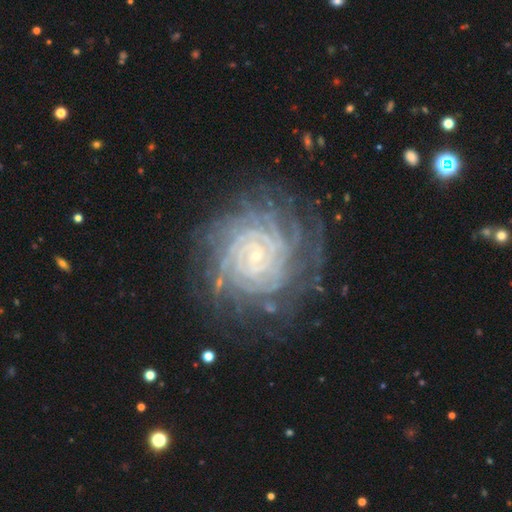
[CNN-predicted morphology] This is clearly a featured or disk galaxy (89%). It is clearly not viewed edge-on (98%). Bar: likely no (67%). Spiral arm pattern: clearly yes (98%). Spiral arm count: marginally more than 4 (29%). Spiral winding: clearly tight (89%). Central bulge: clearly small (88%). Merging: likely none (75%).